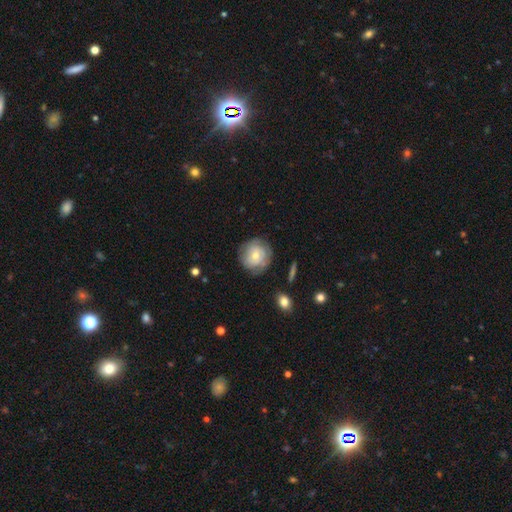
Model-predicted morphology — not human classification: Overall: smooth (48%; featured or disk 45%). Merging: none (73%).